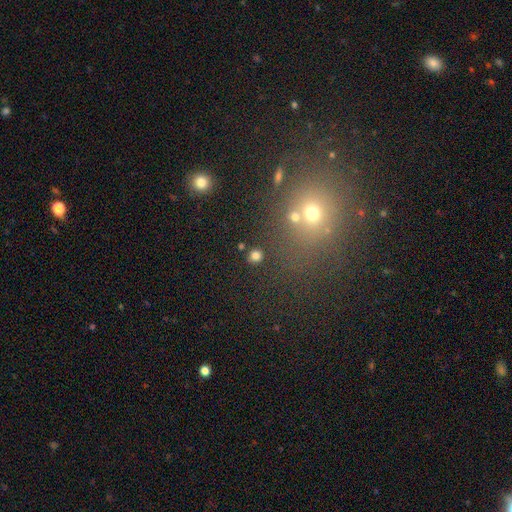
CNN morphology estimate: Q: Smooth or featured?
A: smooth (79%); runner-up: star or artifact (16%)
Q: How rounded?
A: round (88%); runner-up: in between (11%)
Q: Merging?
A: none (86%); runner-up: minor disturbance (6%)